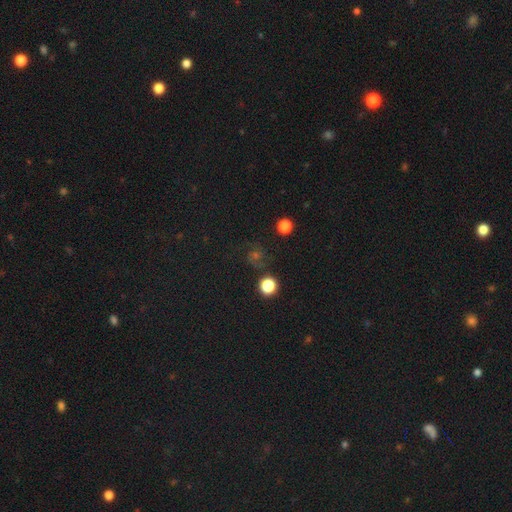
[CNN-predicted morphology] This is marginally a star or artifact rather than a galaxy (43%).